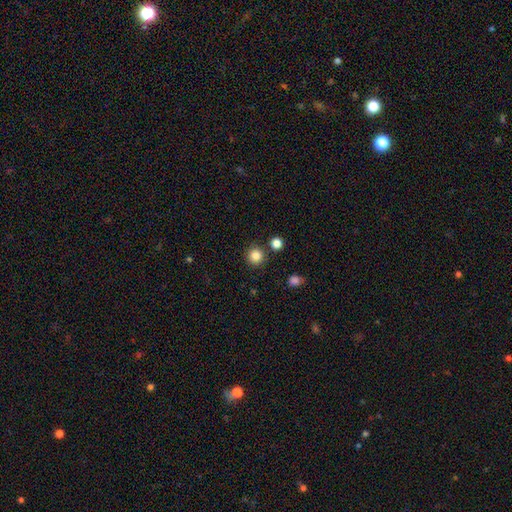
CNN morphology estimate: type=smooth (84%); roundness=round (94%); merging=none (87%).